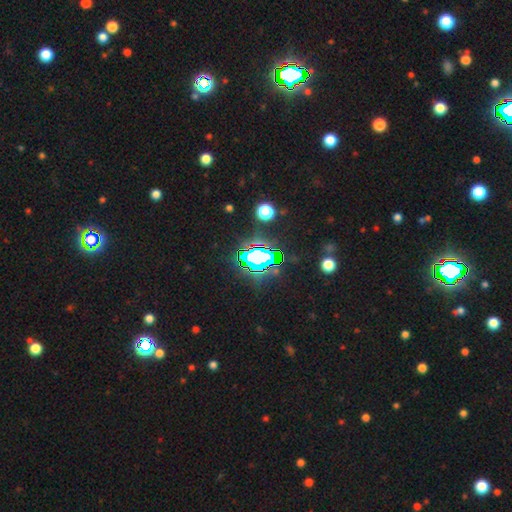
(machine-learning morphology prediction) This is likely a star or artifact rather than a galaxy (71%).